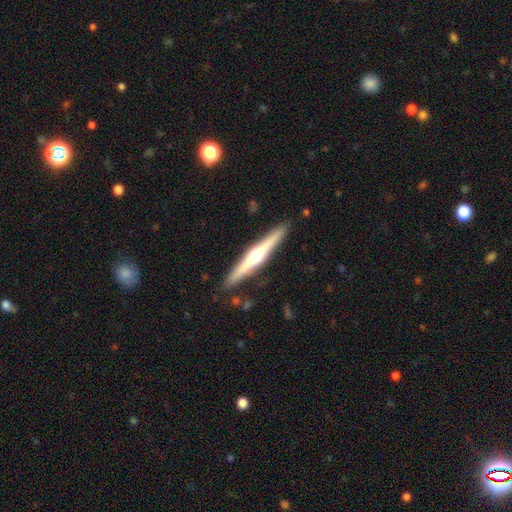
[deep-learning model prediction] Q: Smooth or featured?
A: featured or disk (70%); runner-up: smooth (25%)
Q: Edge-on disk?
A: yes (98%); runner-up: no (2%)
Q: Edge-on bulge?
A: rounded (92%); runner-up: none (5%)
Q: Merging?
A: none (90%); runner-up: minor disturbance (8%)